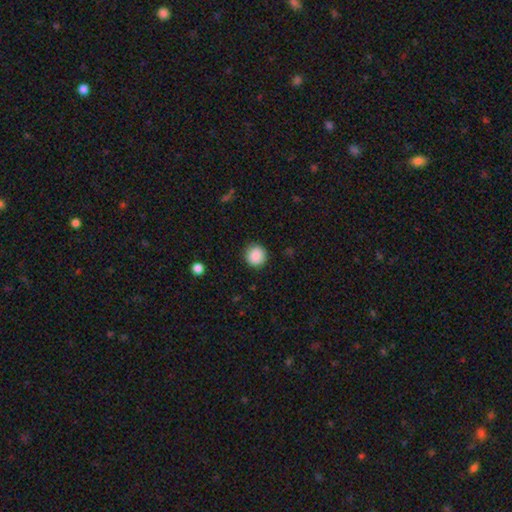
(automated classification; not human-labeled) This appears to be a smooth galaxy with no disk features (89%) that is round (92%). Merging: none (89%).